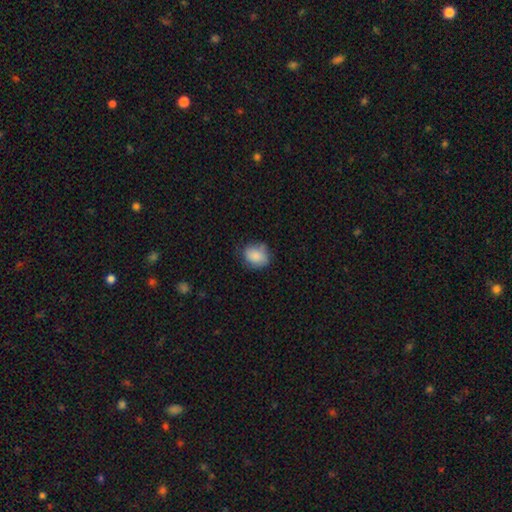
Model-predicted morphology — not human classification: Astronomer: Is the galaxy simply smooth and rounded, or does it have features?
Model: smooth — 86%.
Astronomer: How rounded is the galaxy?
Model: in between — 51% (runner-up: round, 48%).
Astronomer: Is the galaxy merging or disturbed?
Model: none — 69%.